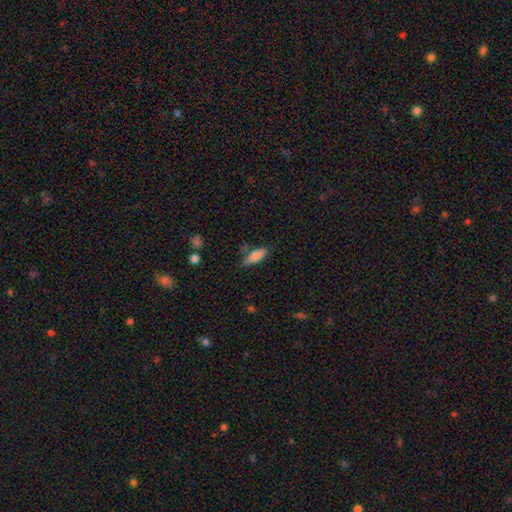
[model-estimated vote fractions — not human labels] Overall: smooth (80%). How rounded: in between (67%; cigar-shaped 31%). Merging: none (69%).